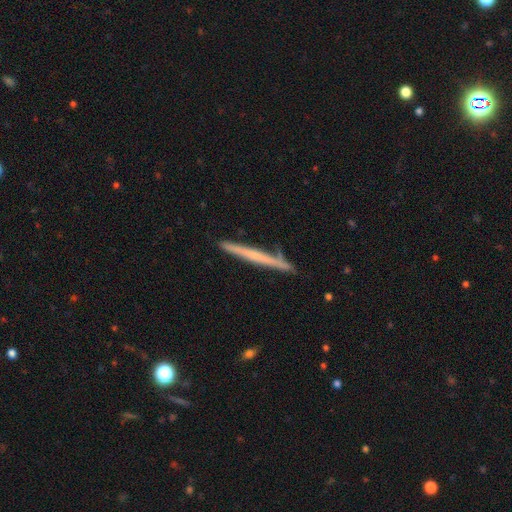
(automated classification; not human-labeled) smooth-or-featured: featured or disk: 52% | smooth: 41% | star or artifact: 6%
  disk-edge-on: yes: 97% | no: 3%
    edge-on-bulge: none: 77% | rounded: 18% | boxy: 6%
  merging: none: 88% | minor disturbance: 9% | merger: 2% | major disturbance: 2%